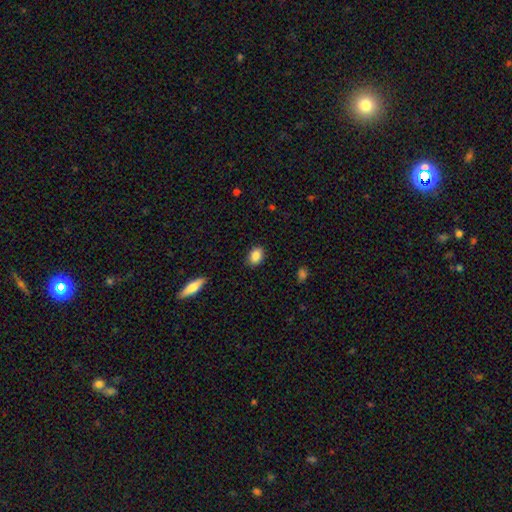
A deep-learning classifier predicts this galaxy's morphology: Smooth or featured: smooth — 87% (star or artifact — 8%)
How rounded: in between — 73% (round — 25%)
Merging: none — 86% (minor disturbance — 10%)